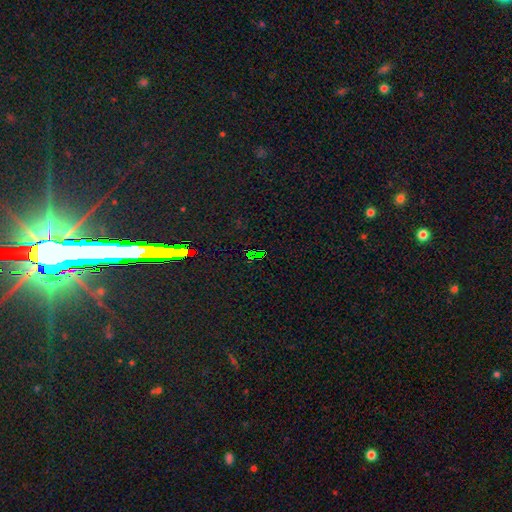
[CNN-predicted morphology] Smooth or featured? star or artifact (79%)